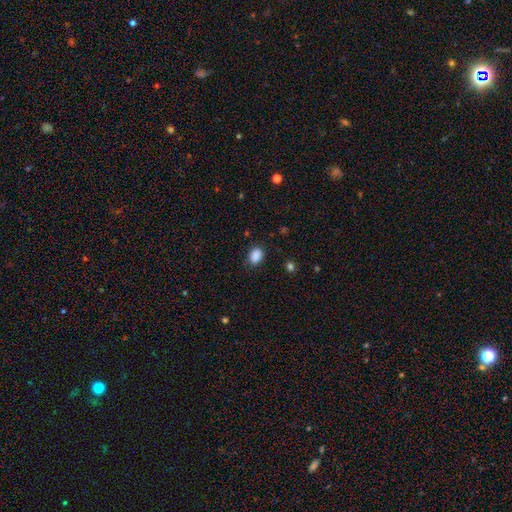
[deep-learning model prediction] A smooth galaxy with no disk features (88%) that is in between round and cigar-shaped (76%).

Vote fractions:
- Smooth or featured? smooth: 88% / star or artifact: 9% / featured or disk: 3%
- How rounded? in between: 76% / round: 23% / cigar-shaped: 1%
- Merging? none: 81% / minor disturbance: 15% / major disturbance: 3% / merger: 1%